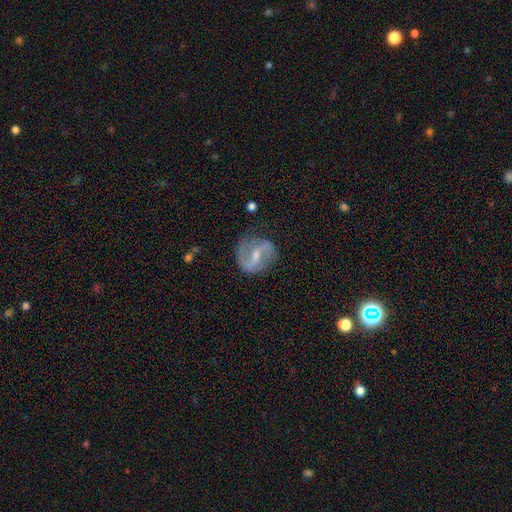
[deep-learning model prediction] Morphology: type=featured or disk (82%); edge-on=no (97%); bar=weak (45%); spiral arms=yes (91%); winding=medium (46%); arm count=2 (83%); bulge=small (53%); merging=none (68%).